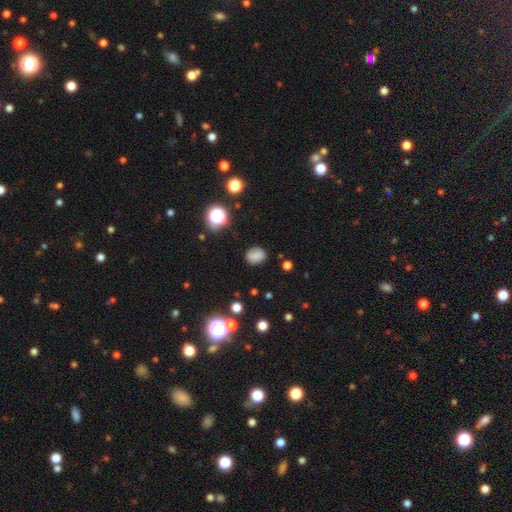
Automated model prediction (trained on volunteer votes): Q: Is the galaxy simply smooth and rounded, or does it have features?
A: smooth — 75%.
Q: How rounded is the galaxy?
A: round — 53%.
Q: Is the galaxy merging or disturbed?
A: none — 81%.